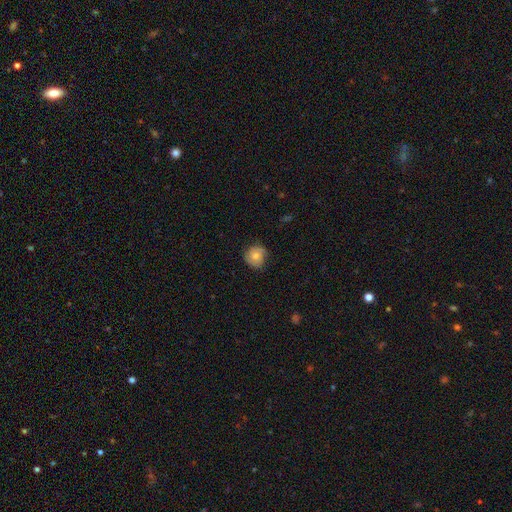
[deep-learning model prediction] Smooth or featured? smooth (65%)
How rounded? round (87%)
Merging? none (73%)